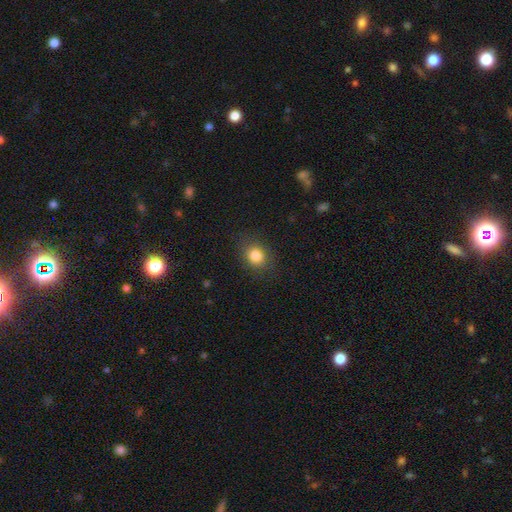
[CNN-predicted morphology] A smooth galaxy with no disk features (83%) that is round (58%). Merging: none (85%).